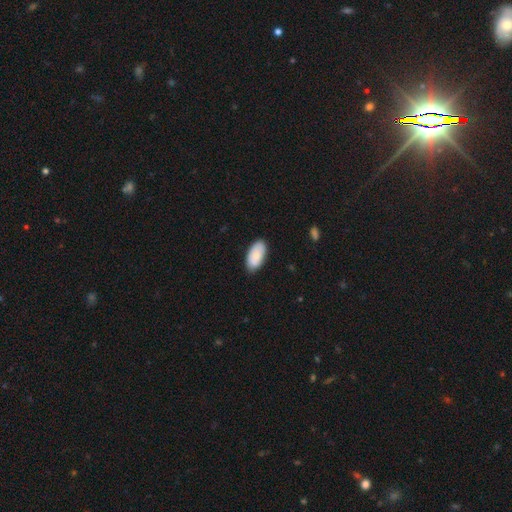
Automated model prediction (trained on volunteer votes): Q: Smooth or featured?
A: smooth (84%); runner-up: featured or disk (10%)
Q: How rounded?
A: in between (95%); runner-up: cigar-shaped (3%)
Q: Merging?
A: none (82%); runner-up: minor disturbance (15%)